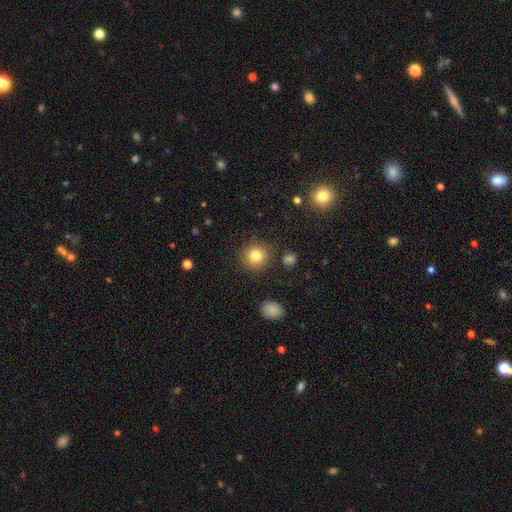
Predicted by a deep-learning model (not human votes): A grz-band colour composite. It shows a smooth galaxy with no disk features (82%) that is round (93%). Merging: none (88%).